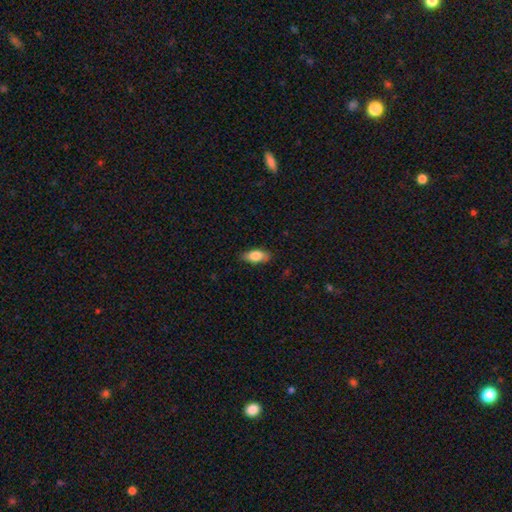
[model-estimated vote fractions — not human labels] Morphology: type=smooth (81%); roundness=in between (85%); merging=none (82%).